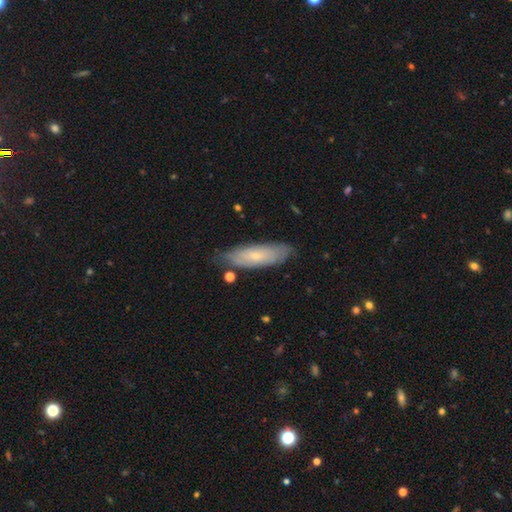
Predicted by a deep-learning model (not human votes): Smooth or featured? smooth (54%)
How rounded? in between (49%)
Merging? none (75%)